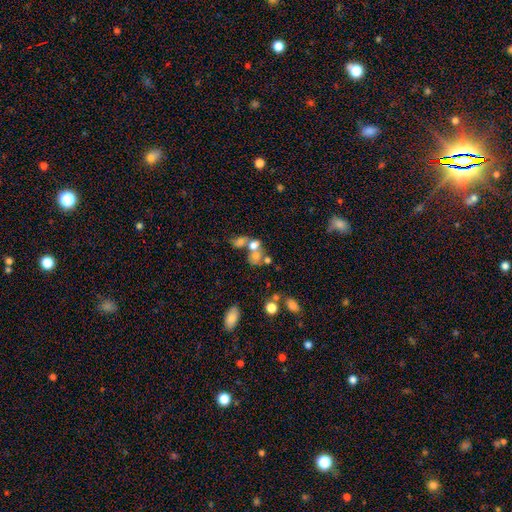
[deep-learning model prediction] Smooth or featured? smooth (60%)
How rounded? in between (54%)
Merging? merger (59%)